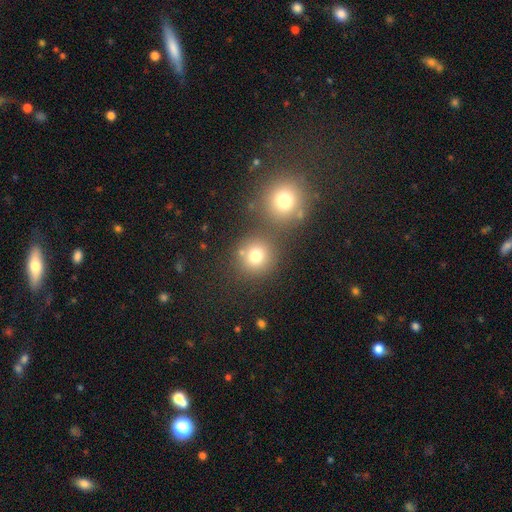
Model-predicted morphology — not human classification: Smooth or featured? Predicted: smooth (p=0.76). How rounded? Predicted: round (p=0.89). Merging? Predicted: none (p=0.65).